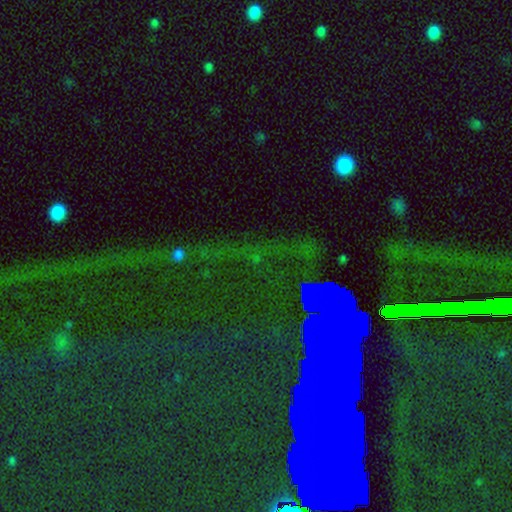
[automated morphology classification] smooth_or_featured: star or artifact (p=0.74) [alt: featured or disk p=0.14]